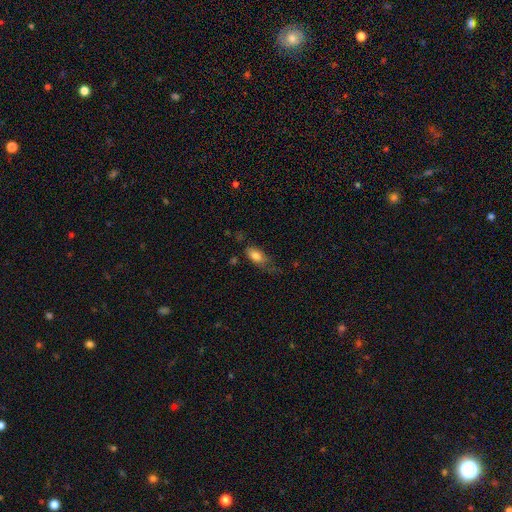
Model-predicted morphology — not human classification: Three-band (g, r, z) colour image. It shows a smooth galaxy with no disk features (79%) that is in between round and cigar-shaped (86%). Merging: none (44%).